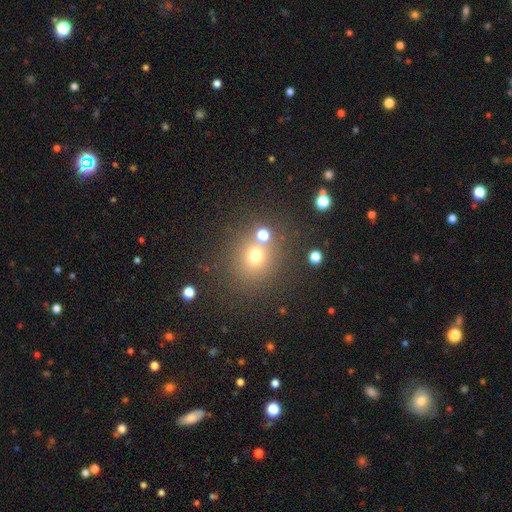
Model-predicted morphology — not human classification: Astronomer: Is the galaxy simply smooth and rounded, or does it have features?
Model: smooth — 67%.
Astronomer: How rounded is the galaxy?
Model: round — 84%.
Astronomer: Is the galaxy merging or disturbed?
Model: none — 74%.